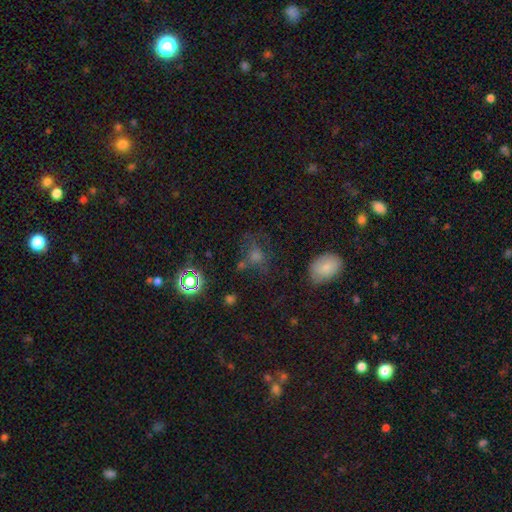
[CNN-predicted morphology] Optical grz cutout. It shows a smooth galaxy with no disk features (43%). Merging: none (58%).